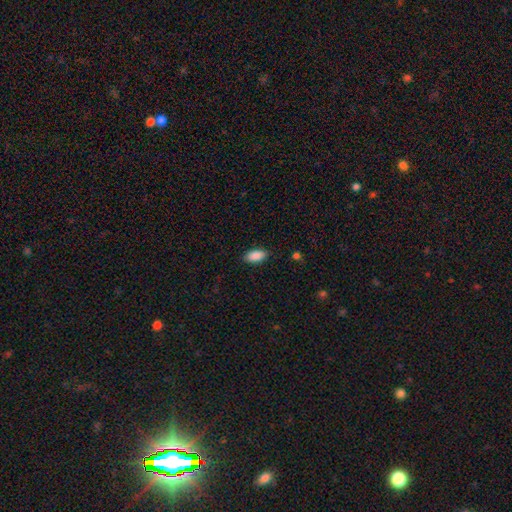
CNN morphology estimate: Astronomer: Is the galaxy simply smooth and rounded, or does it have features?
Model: smooth — 90%.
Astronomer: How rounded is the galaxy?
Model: in between — 93%.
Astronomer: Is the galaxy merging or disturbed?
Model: none — 87%.